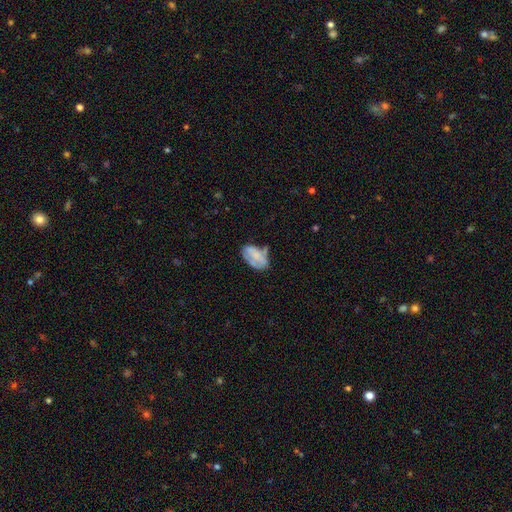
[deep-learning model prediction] Smooth or featured? smooth (58%)
How rounded? in between (92%)
Merging? none (43%)